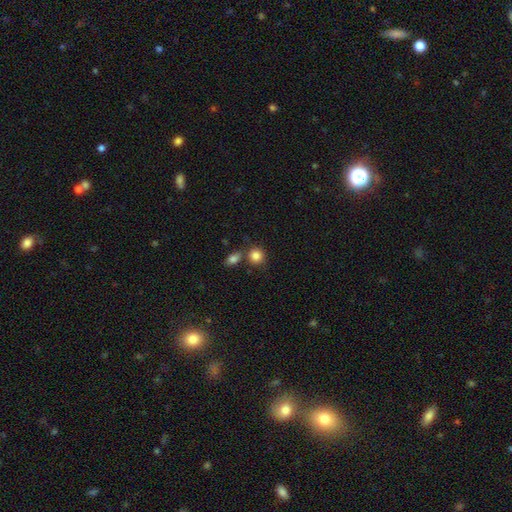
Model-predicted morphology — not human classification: type=smooth (85%); roundness=round (82%); merging=none (64%).